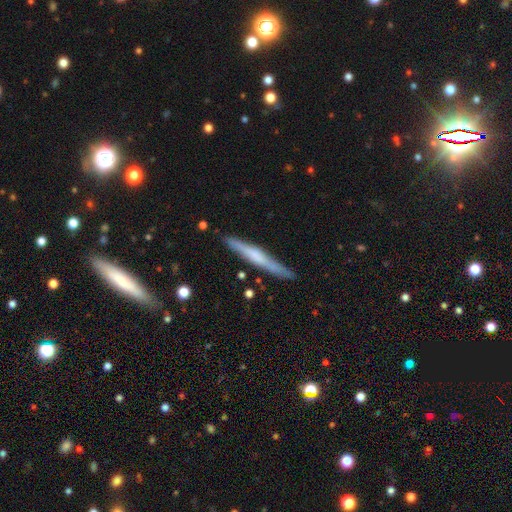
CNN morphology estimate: Smooth or featured?
  - featured or disk: 52% *
  - smooth: 42%
  - star or artifact: 6%
Edge-on disk?
  - yes: 96% *
  - no: 4%
Merging?
  - none: 87% *
  - minor disturbance: 10%
  - major disturbance: 2%
  - merger: 2%